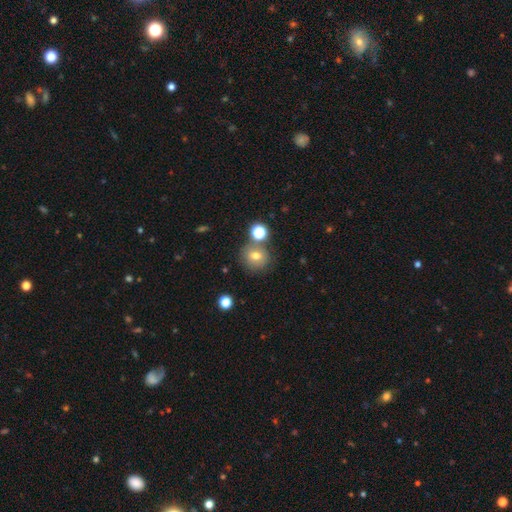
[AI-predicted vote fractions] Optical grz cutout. It shows a smooth galaxy with no disk features (72%) that is round (87%). Merging: none (71%).